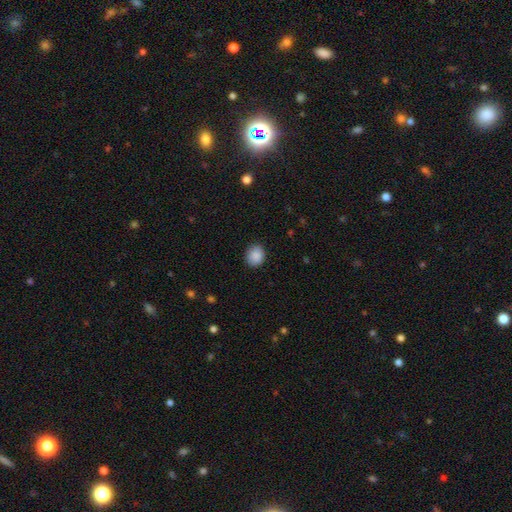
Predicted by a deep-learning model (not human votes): Smooth or featured: smooth — 89% (star or artifact — 8%)
How rounded: round — 64% (in between — 35%)
Merging: none — 88% (minor disturbance — 9%)